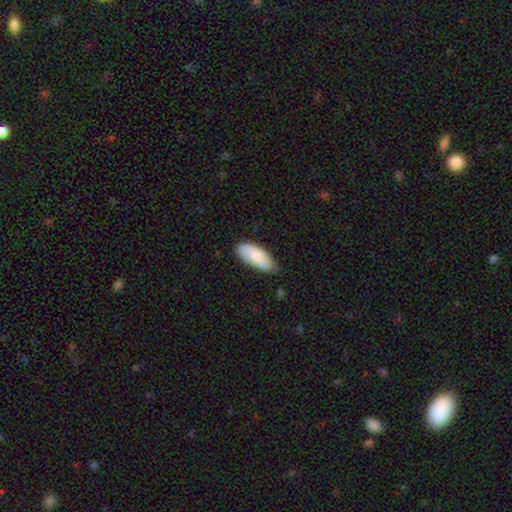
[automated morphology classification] type=smooth (64%); roundness=in between (84%); merging=none (68%).